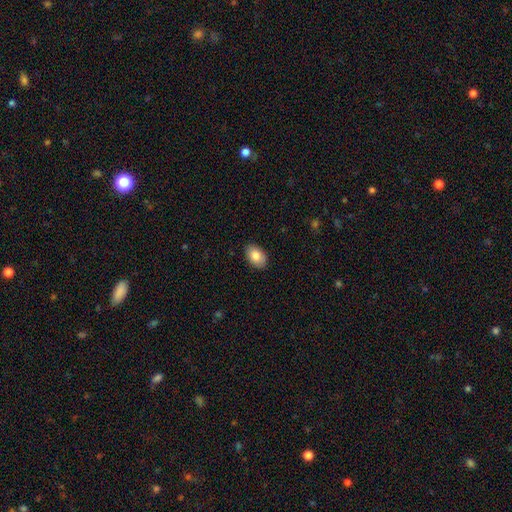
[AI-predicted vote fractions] Smooth or featured?
  - smooth: 85% *
  - featured or disk: 8%
  - star or artifact: 7%
How rounded?
  - in between: 89% *
  - round: 9%
  - cigar-shaped: 1%
Merging?
  - none: 88% *
  - minor disturbance: 9%
  - major disturbance: 2%
  - merger: 1%